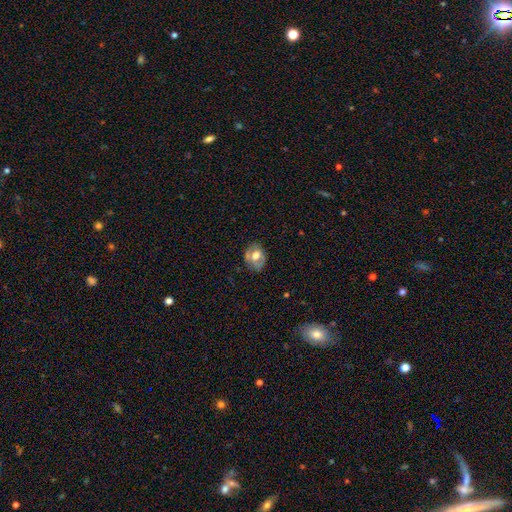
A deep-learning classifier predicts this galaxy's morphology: A smooth galaxy with no disk features (48%).

Vote fractions:
- Smooth or featured? smooth: 48% / featured or disk: 44% / star or artifact: 8%
- Merging? none: 68% / minor disturbance: 22% / major disturbance: 7% / merger: 2%